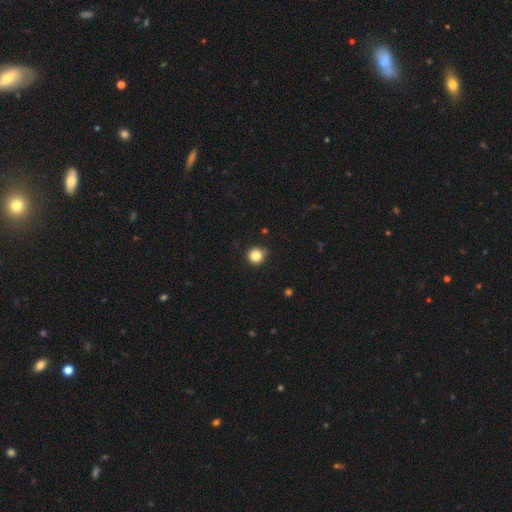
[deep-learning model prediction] Smooth or featured: smooth — 84% (star or artifact — 12%)
How rounded: round — 93% (in between — 7%)
Merging: none — 83% (minor disturbance — 13%)